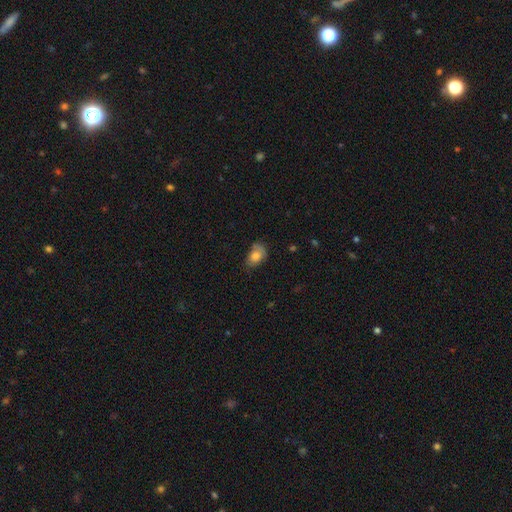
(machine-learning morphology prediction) smooth 74%, featured or disk 17%, star or artifact 9%. Down the decision tree: how rounded — in between (81%); merging — none (51%).